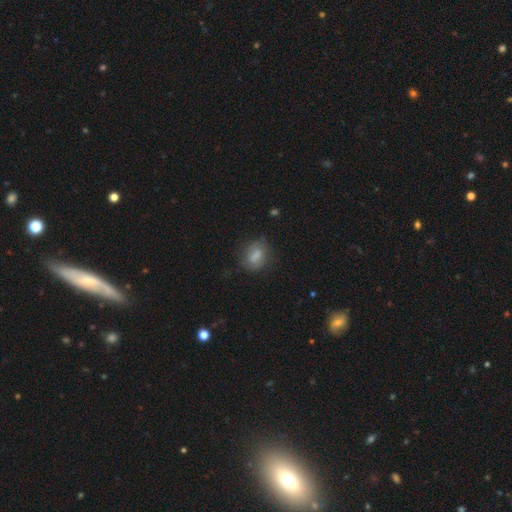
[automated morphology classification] type=smooth (73%); roundness=in between (67%); merging=none (62%).